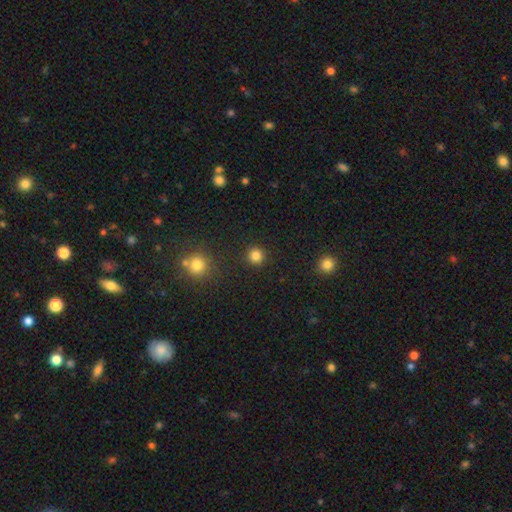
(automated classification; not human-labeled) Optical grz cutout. It shows a smooth galaxy with no disk features (84%) that is round (94%). Merging: none (91%).